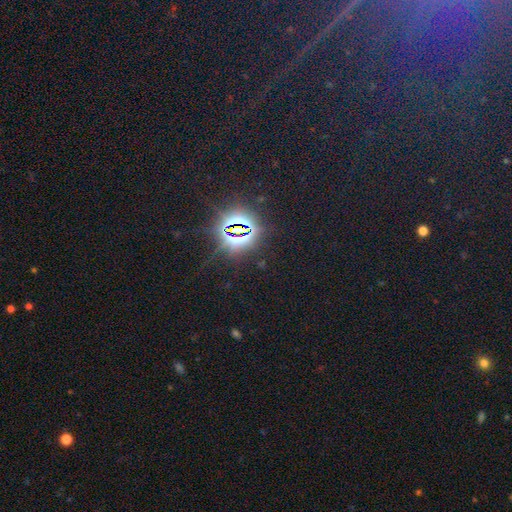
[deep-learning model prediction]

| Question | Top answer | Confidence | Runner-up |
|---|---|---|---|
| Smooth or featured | star or artifact | 82% | smooth (11%) |